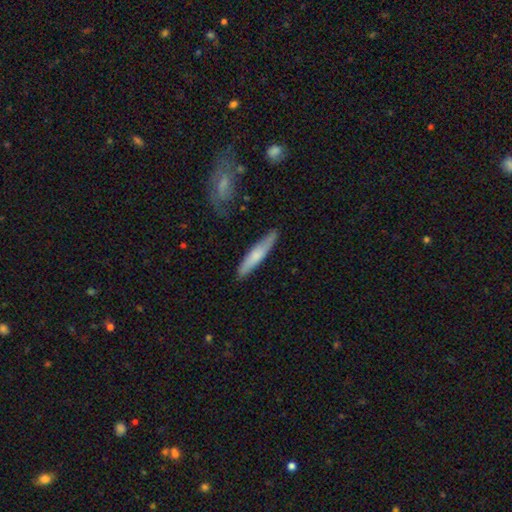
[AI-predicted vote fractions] This is likely a smooth galaxy (65%). How rounded: clearly cigar-shaped (89%). Merging: clearly none (83%).